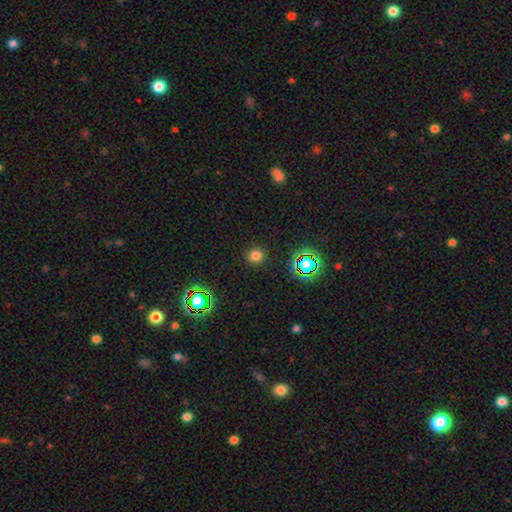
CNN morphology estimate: A smooth galaxy with no disk features (75%) that is round (91%). Merging: none (91%).